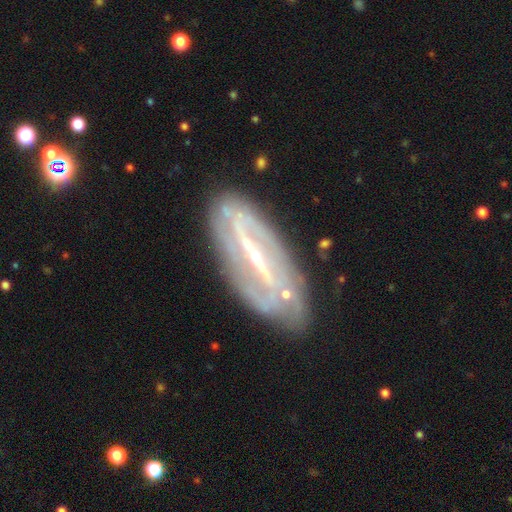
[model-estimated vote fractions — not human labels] smooth-or-featured: featured or disk: 81% | smooth: 12% | star or artifact: 7%
  disk-edge-on: no: 83% | yes: 17%
    bar: strong: 70% | weak: 21% | no: 9%
    has-spiral-arms: yes: 77% | no: 23%
      spiral-winding: tight: 53% | medium: 30% | loose: 18%
      spiral-arm-count: 2: 46% | can't tell: 38% | 3: 6% | 1: 4% | 4: 3% | more than 4: 3%
    bulge-size: small: 61% | moderate: 20% | none: 15% | large: 2% | dominant: 1%
  merging: none: 75% | minor disturbance: 17% | major disturbance: 6% | merger: 2%